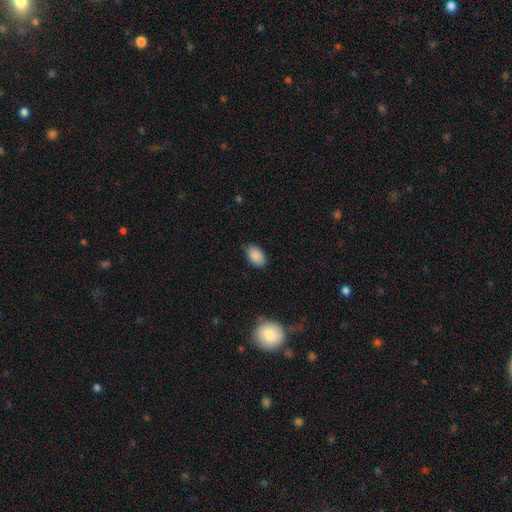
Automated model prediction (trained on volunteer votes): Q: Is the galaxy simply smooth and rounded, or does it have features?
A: smooth — 88%.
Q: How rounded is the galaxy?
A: in between — 91%.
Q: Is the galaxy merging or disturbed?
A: none — 81%.